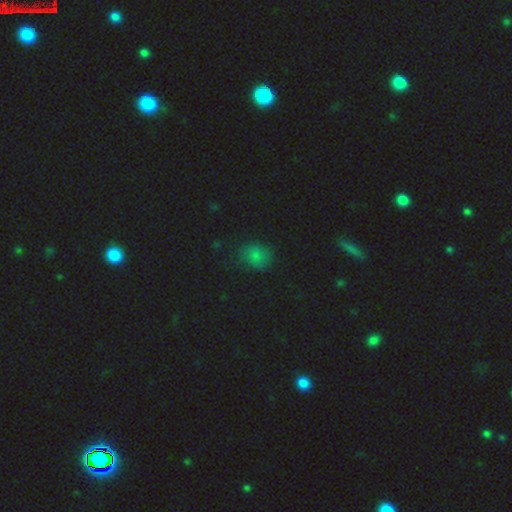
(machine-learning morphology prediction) Overall: smooth (74%). How rounded: round (59%; in between 40%). Merging: none (78%).